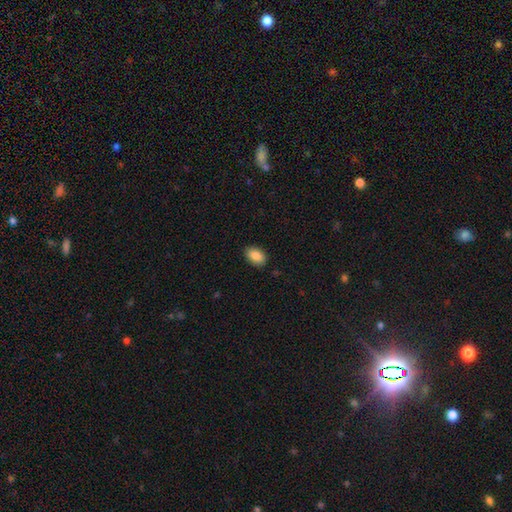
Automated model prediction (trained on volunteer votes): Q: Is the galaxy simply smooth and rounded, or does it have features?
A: smooth — 87%.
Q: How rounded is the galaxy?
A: in between — 89%.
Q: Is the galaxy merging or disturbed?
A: none — 88%.